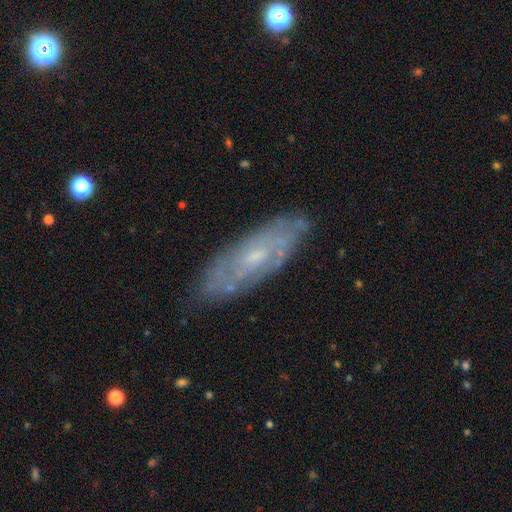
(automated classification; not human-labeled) This is likely a featured or disk galaxy (72%). It is clearly not viewed edge-on (82%). Bar: likely no (65%). Spiral arm pattern: likely yes (79%). Central bulge: likely small (65%). Merging: likely none (79%).